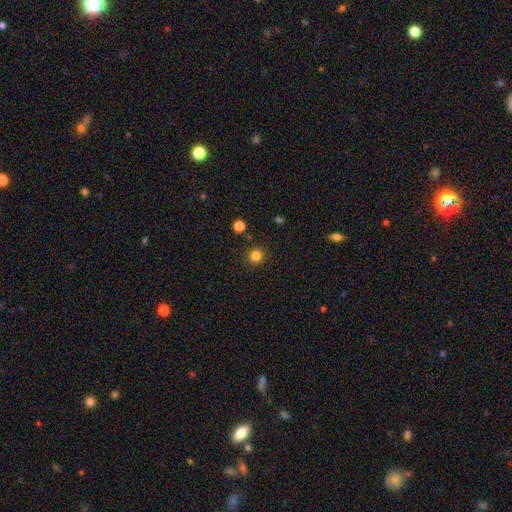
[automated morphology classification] Q: Smooth or featured?
A: smooth (82%); runner-up: star or artifact (14%)
Q: How rounded?
A: round (94%); runner-up: in between (5%)
Q: Merging?
A: none (90%); runner-up: minor disturbance (6%)